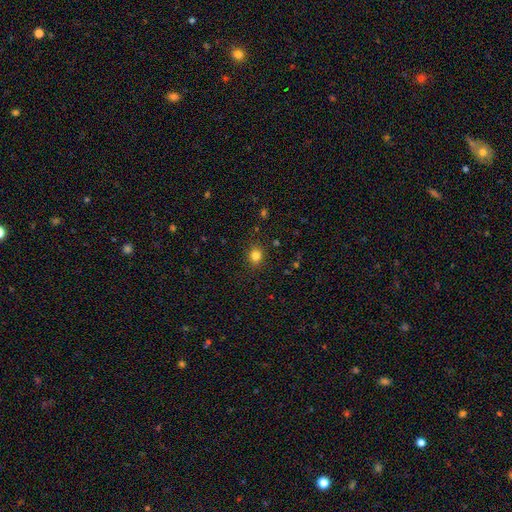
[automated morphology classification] Overall: smooth (82%). How rounded: round (70%). Merging: none (88%).